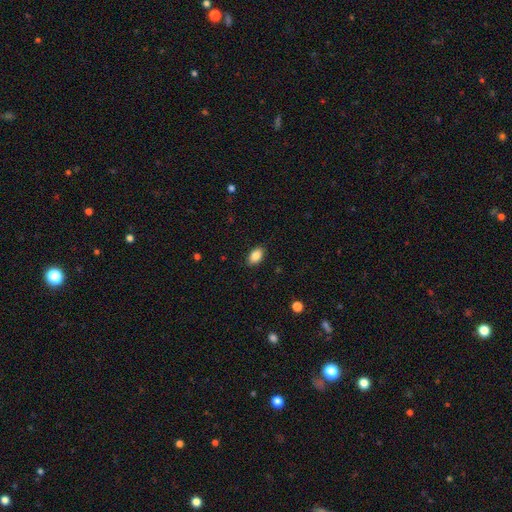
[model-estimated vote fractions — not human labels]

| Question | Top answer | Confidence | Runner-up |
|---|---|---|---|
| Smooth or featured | smooth | 87% | star or artifact (8%) |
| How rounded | in between | 90% | round (9%) |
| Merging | none | 87% | minor disturbance (10%) |